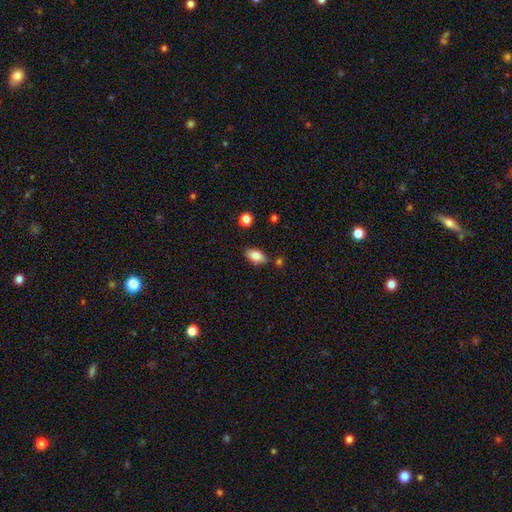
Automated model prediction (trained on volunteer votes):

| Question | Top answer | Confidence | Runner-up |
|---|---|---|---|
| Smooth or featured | smooth | 84% | featured or disk (8%) |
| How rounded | in between | 90% | cigar-shaped (5%) |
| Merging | none | 79% | minor disturbance (13%) |